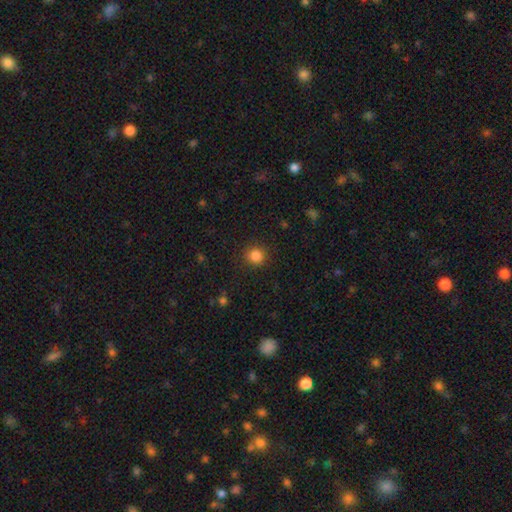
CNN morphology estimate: smooth_or_featured: smooth (p=0.84) [alt: star or artifact p=0.12]
how_rounded: round (p=0.92) [alt: in between p=0.07]
merging: none (p=0.90) [alt: minor disturbance p=0.06]